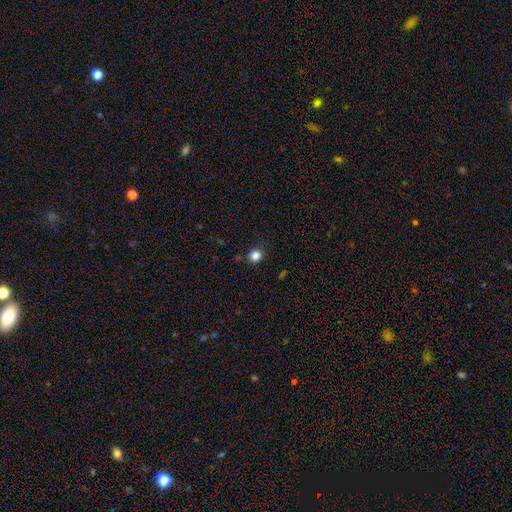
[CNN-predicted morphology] smooth_or_featured: smooth (p=0.83) [alt: star or artifact p=0.13]
how_rounded: round (p=0.92) [alt: in between p=0.07]
merging: none (p=0.88) [alt: minor disturbance p=0.08]